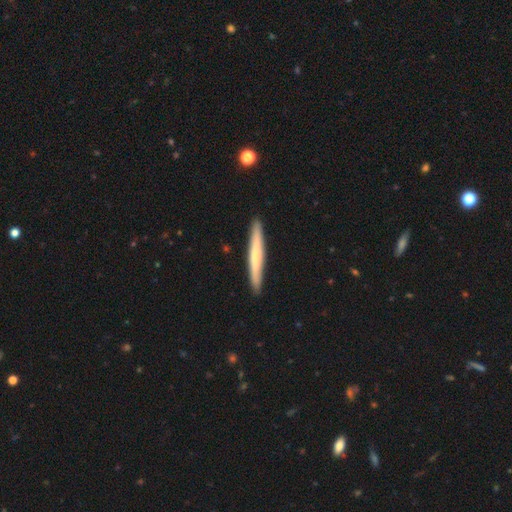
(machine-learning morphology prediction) Q: Smooth or featured?
A: smooth (57%); runner-up: featured or disk (38%)
Q: How rounded?
A: cigar-shaped (96%); runner-up: in between (3%)
Q: Merging?
A: none (91%); runner-up: minor disturbance (7%)